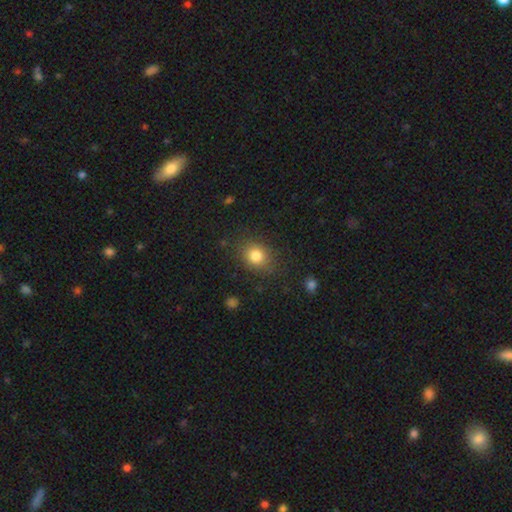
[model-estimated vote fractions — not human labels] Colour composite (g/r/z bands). It shows a smooth galaxy with no disk features (82%) that is round (63%). Merging: none (83%).